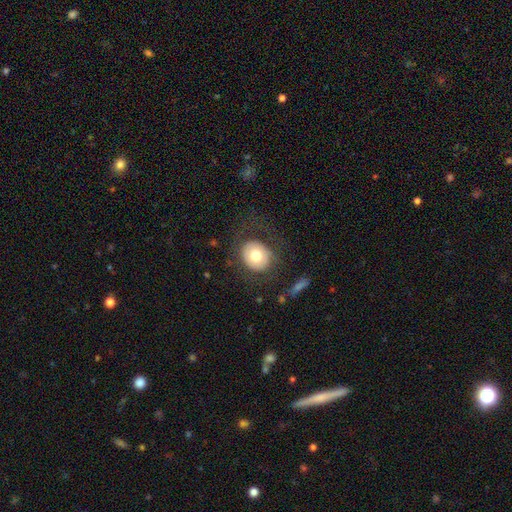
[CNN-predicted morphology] The model was most divided on "how rounded": round: 72%, in between: 27%, cigar-shaped: 1%. More confident: merging — none (74%); smooth or featured — smooth (69%).